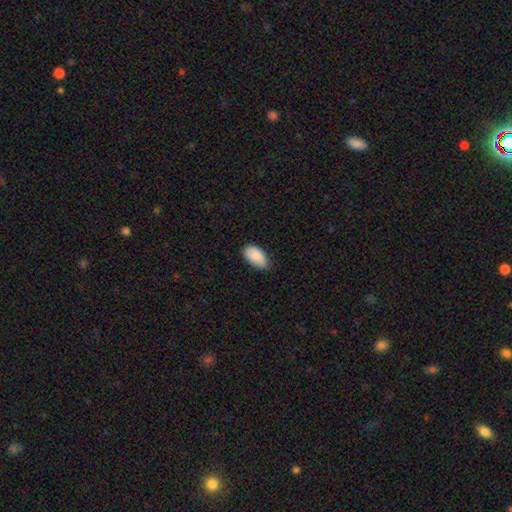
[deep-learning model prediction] Overall: smooth (89%). How rounded: in between (95%). Merging: none (71%).